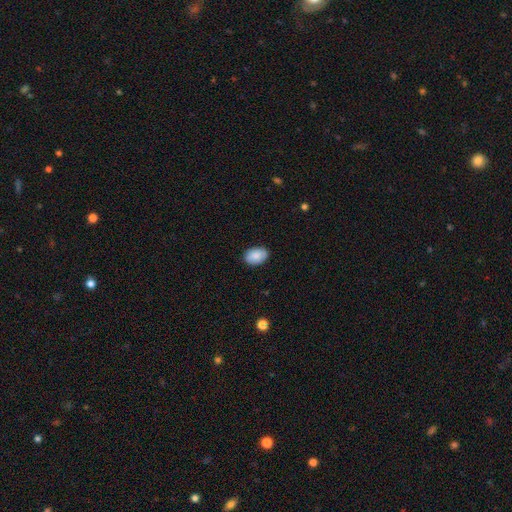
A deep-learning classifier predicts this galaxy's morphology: A smooth galaxy with no disk features (89%) that is in between round and cigar-shaped (89%).

Vote fractions:
- Smooth or featured? smooth: 89% / star or artifact: 6% / featured or disk: 5%
- How rounded? in between: 89% / round: 10% / cigar-shaped: 1%
- Merging? none: 87% / minor disturbance: 10% / major disturbance: 2% / merger: 1%